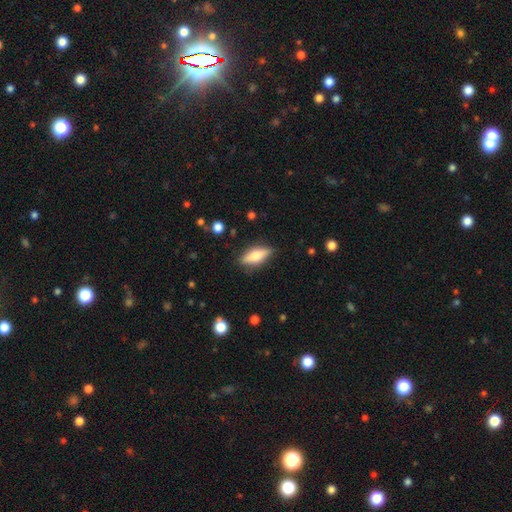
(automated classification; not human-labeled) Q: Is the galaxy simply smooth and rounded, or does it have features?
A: smooth — 56%.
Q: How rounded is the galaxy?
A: in between — 58%.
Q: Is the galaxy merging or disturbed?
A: none — 85%.